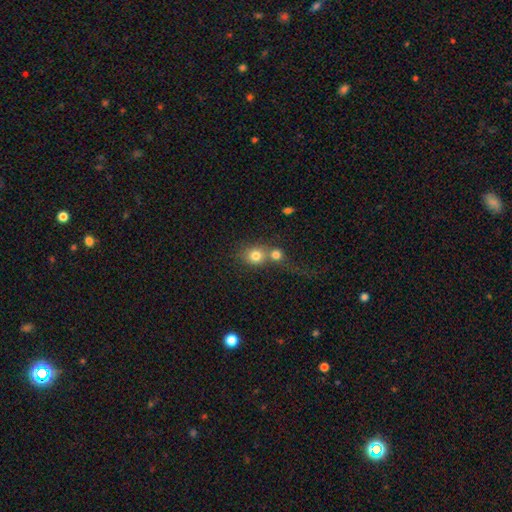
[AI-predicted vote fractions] Overall: smooth (77%). How rounded: round (79%). Merging: merger (54%; none 34%).